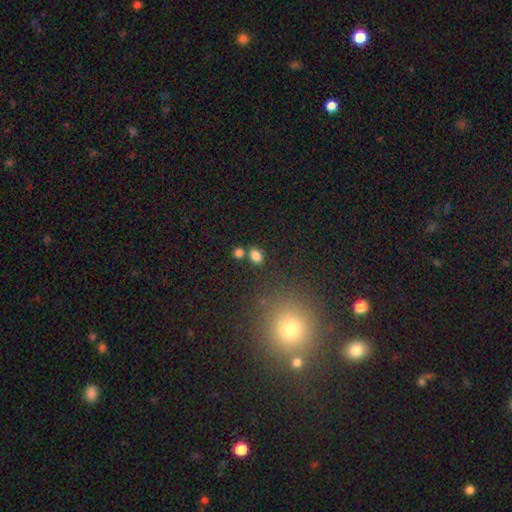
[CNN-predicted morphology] A smooth galaxy with no disk features (81%) that is in between round and cigar-shaped (71%).

Vote fractions:
- Smooth or featured? smooth: 81% / star or artifact: 13% / featured or disk: 6%
- How rounded? in between: 71% / round: 27% / cigar-shaped: 2%
- Merging? none: 68% / merger: 17% / minor disturbance: 11% / major disturbance: 4%